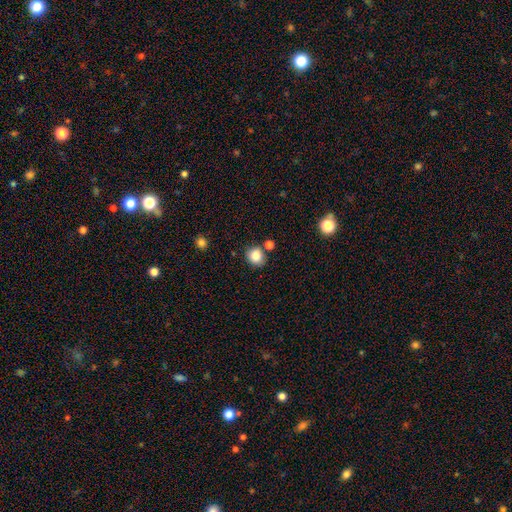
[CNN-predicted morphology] Overall: smooth (85%). How rounded: round (75%). Merging: none (73%).